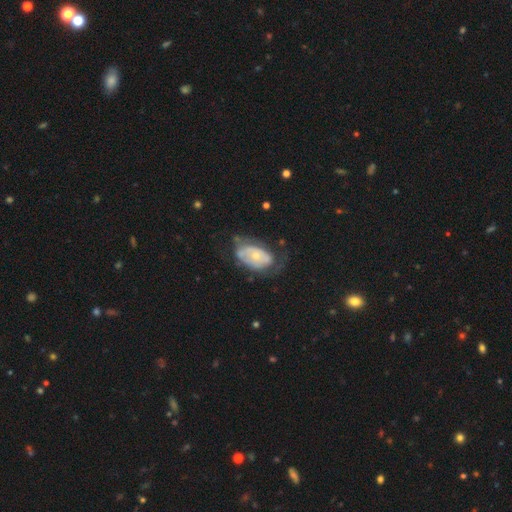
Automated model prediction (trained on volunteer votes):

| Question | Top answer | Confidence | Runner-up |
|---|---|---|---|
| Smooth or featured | featured or disk | 60% | smooth (33%) |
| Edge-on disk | no | 94% | yes (6%) |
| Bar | no | 84% | weak (13%) |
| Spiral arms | no | 52% | yes (48%) |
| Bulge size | small | 55% | moderate (40%) |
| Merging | none | 41% | minor disturbance (31%) |